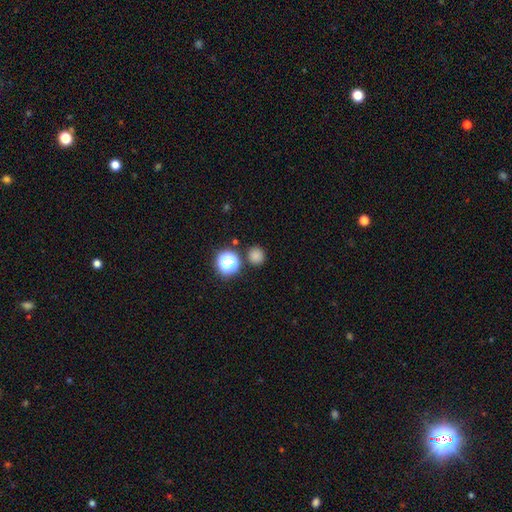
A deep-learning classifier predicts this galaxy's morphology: Overall: smooth (78%). How rounded: round (90%). Merging: none (85%).